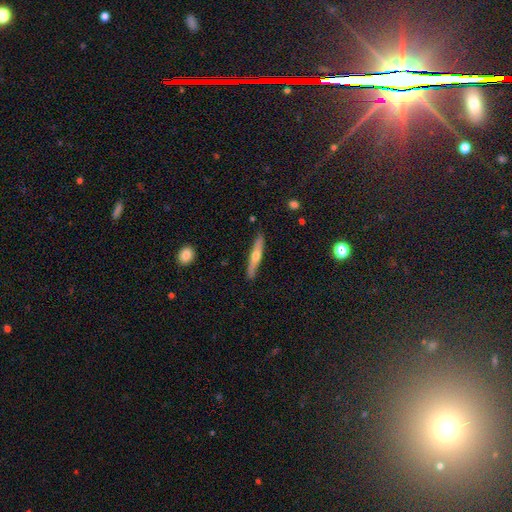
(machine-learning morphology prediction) smooth-or-featured: featured or disk: 51% | smooth: 43% | star or artifact: 6%
  disk-edge-on: yes: 93% | no: 7%
  merging: none: 87% | minor disturbance: 10% | major disturbance: 2% | merger: 1%